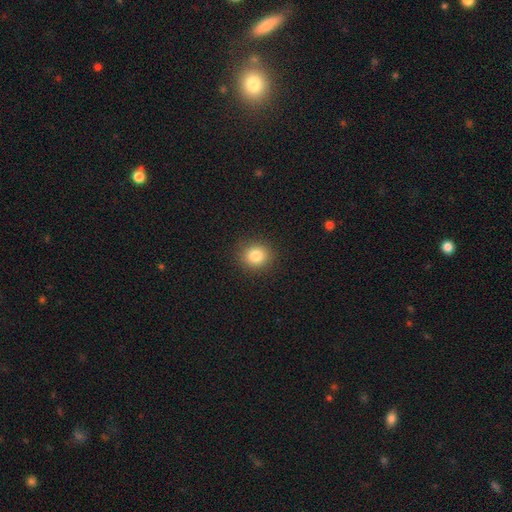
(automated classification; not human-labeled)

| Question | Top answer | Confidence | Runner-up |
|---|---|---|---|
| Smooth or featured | smooth | 84% | star or artifact (11%) |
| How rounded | round | 83% | in between (16%) |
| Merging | none | 90% | minor disturbance (7%) |